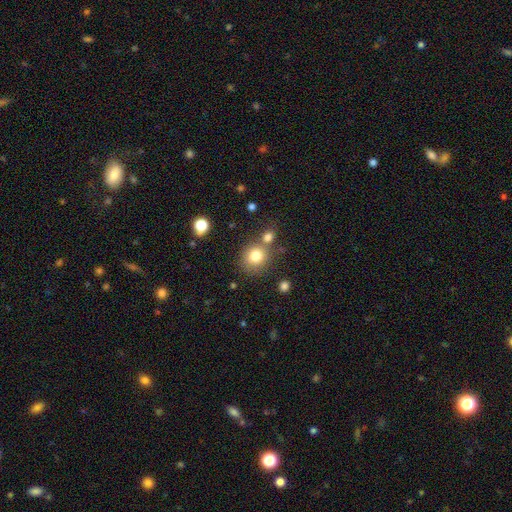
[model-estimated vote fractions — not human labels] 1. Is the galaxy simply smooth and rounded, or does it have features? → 80% smooth, 11% star or artifact, 8% featured or disk.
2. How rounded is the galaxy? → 82% round, 17% in between, 1% cigar-shaped.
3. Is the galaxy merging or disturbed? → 63% none, 21% merger, 12% minor disturbance, 5% major disturbance.